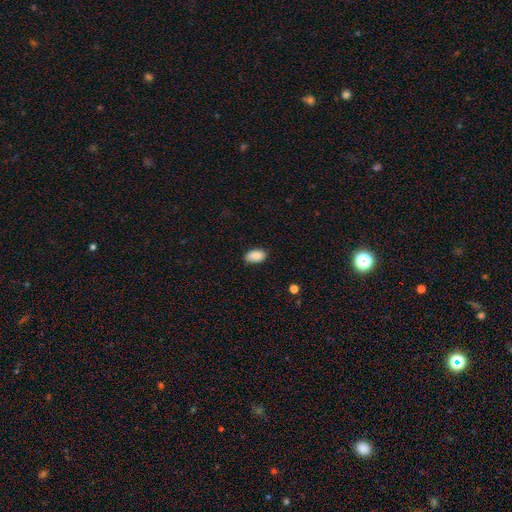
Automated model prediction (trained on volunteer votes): Overall: smooth (89%). How rounded: in between (93%). Merging: none (83%).